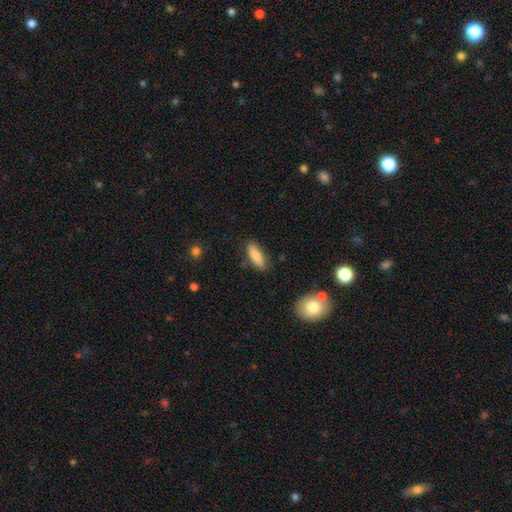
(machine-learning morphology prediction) A smooth galaxy with no disk features (83%) that is in between round and cigar-shaped (69%). Merging: none (81%).